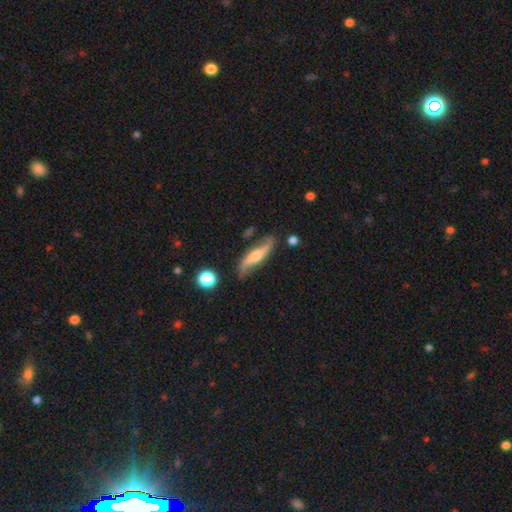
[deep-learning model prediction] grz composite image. It shows a featured or disk galaxy (74%). Merging: none (75%).